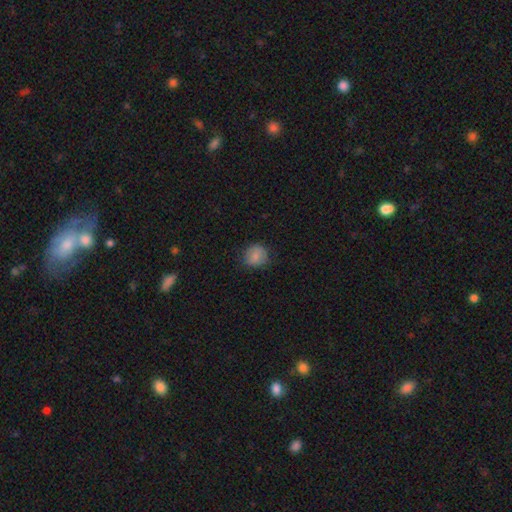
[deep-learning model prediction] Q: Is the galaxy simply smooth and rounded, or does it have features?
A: smooth — 84%.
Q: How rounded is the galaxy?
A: round — 80%.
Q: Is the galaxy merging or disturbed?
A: none — 79%.